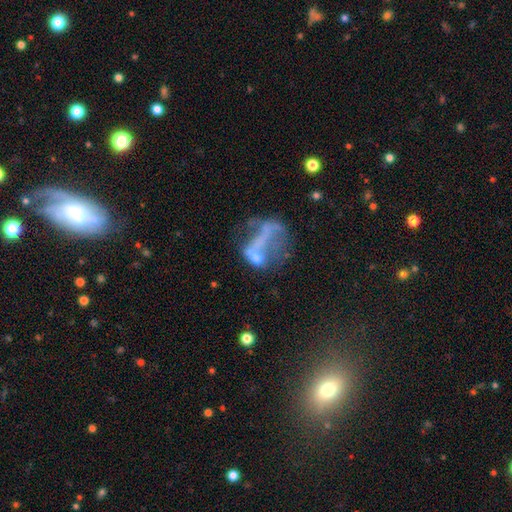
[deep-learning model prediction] featured or disk 56%, smooth 28%, star or artifact 17%. Down the decision tree: edge-on disk — no (96%); bar — no (75%); spiral arms — no (85%); bulge size — none (69%); merging — major disturbance (42%).